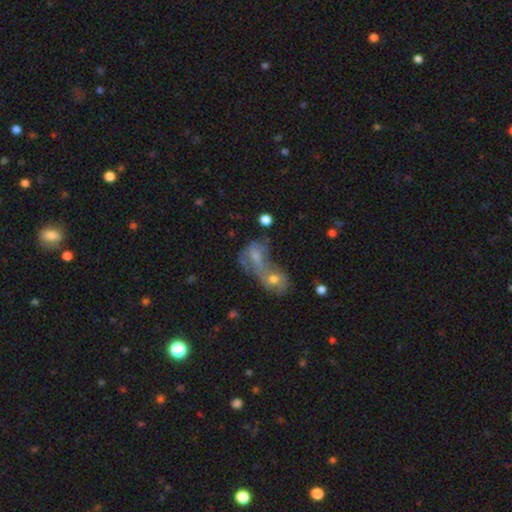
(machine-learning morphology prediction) Smooth or featured: smooth — 56% (featured or disk — 32%)
How rounded: in between — 73% (round — 24%)
Merging: merger — 71% (major disturbance — 11%)